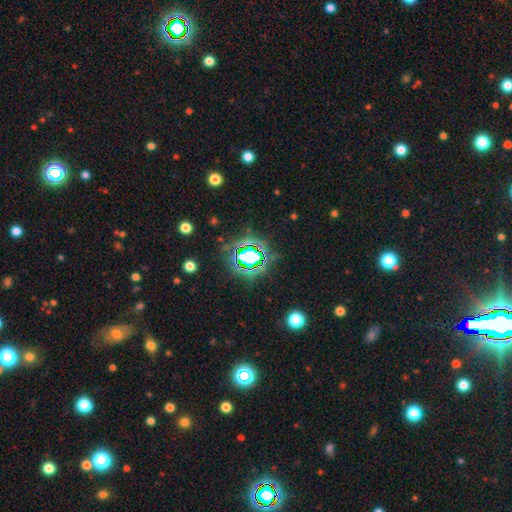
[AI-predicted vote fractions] Q: Smooth or featured?
A: star or artifact (78%); runner-up: smooth (14%)